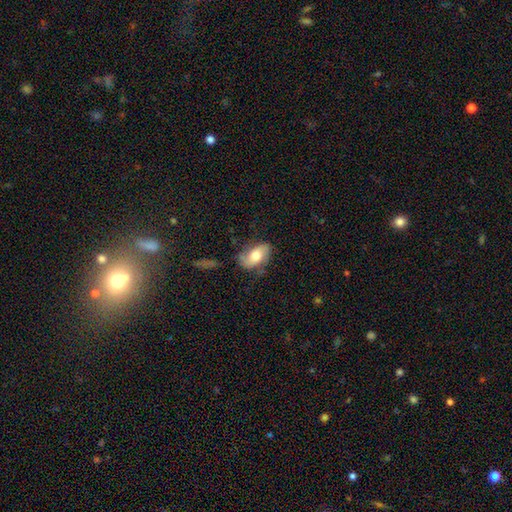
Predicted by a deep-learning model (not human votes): Morphology: type=smooth (53%); roundness=in between (89%); merging=none (62%).